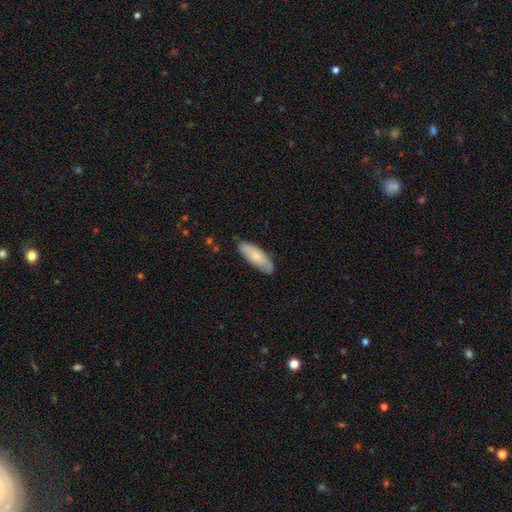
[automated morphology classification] Overall: smooth (75%). How rounded: in between (66%; cigar-shaped 32%). Merging: none (81%).